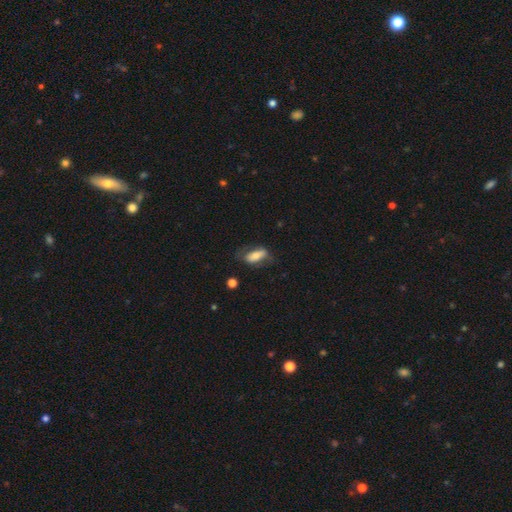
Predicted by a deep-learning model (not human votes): Morphology: type=smooth (64%); roundness=in between (78%); merging=none (58%).